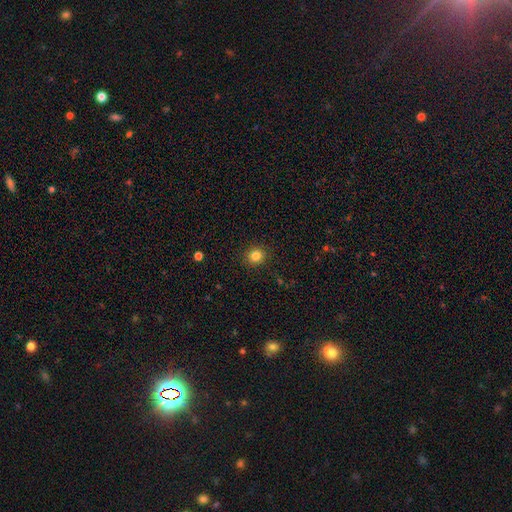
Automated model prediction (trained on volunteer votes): Smooth or featured? Predicted: smooth (p=0.83). How rounded? Predicted: round (p=0.85). Merging? Predicted: none (p=0.91).